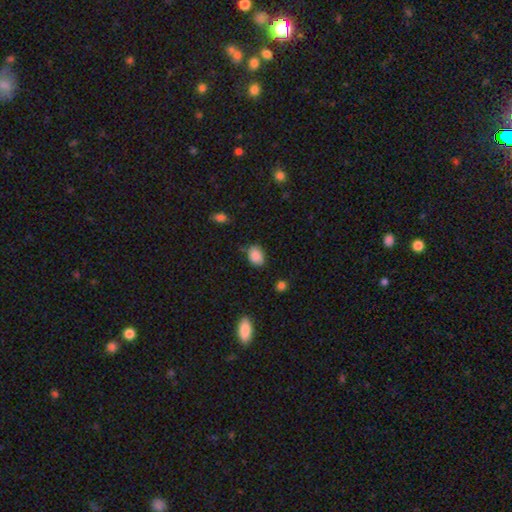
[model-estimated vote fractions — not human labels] Smooth or featured? smooth (88%)
How rounded? in between (72%)
Merging? none (76%)